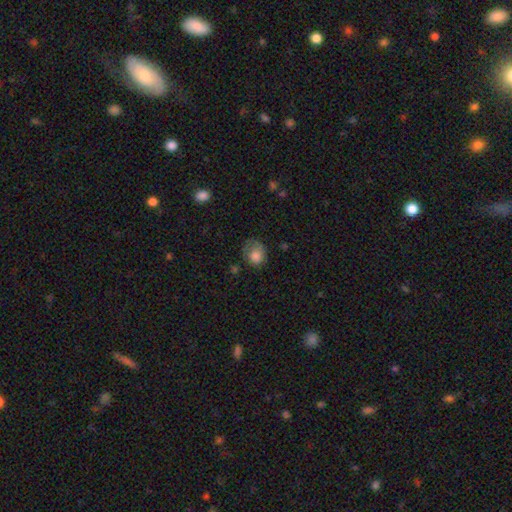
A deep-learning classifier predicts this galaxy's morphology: This is likely a smooth galaxy (77%). How rounded: possibly round (58%). Merging: marginally none (42%).